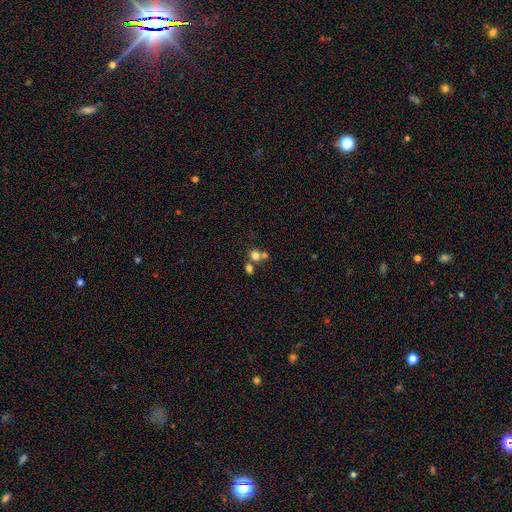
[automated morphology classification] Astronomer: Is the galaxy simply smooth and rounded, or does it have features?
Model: smooth — 75%.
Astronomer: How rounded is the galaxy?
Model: round — 77%.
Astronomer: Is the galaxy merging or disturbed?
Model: merger — 45% (runner-up: none, 44%).